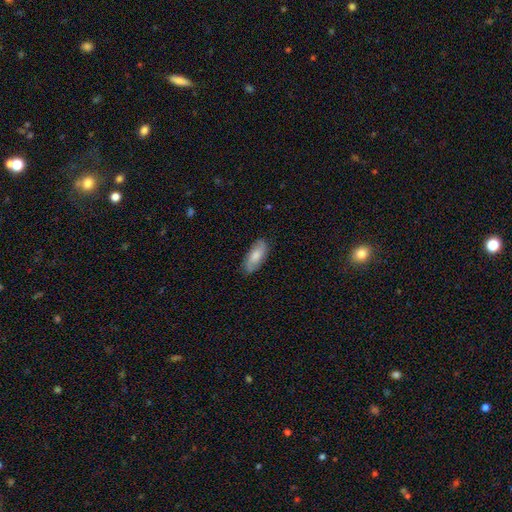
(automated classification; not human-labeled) This is likely a smooth galaxy (68%). How rounded: clearly in between (82%). Merging: clearly none (81%).